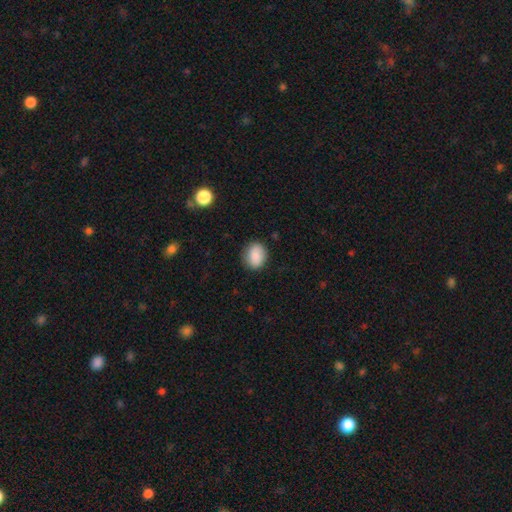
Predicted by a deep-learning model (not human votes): Smooth or featured? Predicted: smooth (p=0.87). How rounded? Predicted: in between (p=0.51). Merging? Predicted: none (p=0.83).